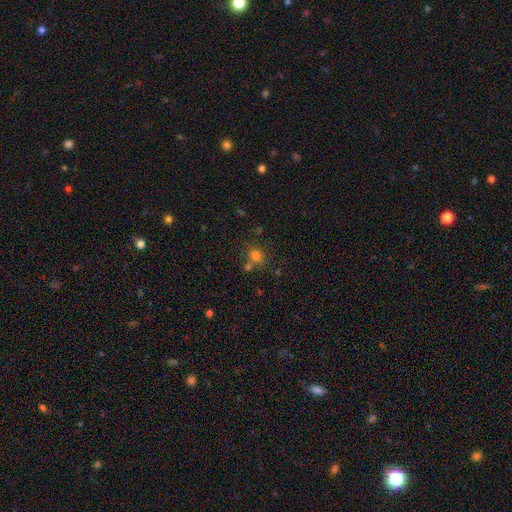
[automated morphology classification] Overall: smooth (72%). How rounded: round (55%; in between 44%). Merging: none (59%; merger 22%).